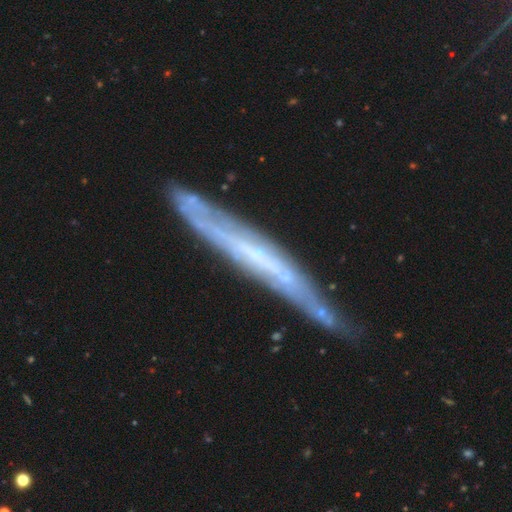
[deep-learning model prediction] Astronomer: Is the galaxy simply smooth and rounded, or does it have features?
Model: featured or disk — 74%.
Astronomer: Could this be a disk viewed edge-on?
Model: yes — 77%.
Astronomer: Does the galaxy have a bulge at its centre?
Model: none — 80%.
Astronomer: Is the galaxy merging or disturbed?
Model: none — 70%.